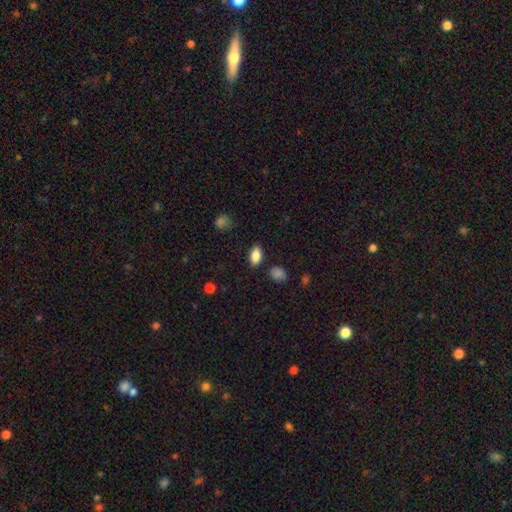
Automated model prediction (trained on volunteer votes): smooth_or_featured: smooth (p=0.86) [alt: star or artifact p=0.08]
how_rounded: in between (p=0.91) [alt: round p=0.06]
merging: none (p=0.85) [alt: minor disturbance p=0.10]